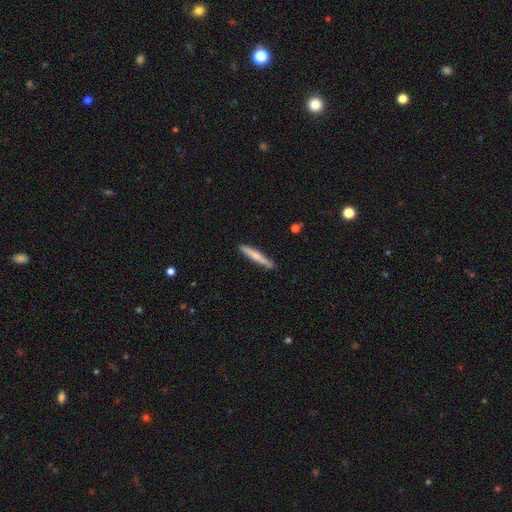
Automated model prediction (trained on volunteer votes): This is possibly a smooth galaxy (59%). How rounded: clearly cigar-shaped (94%). Merging: clearly none (87%).